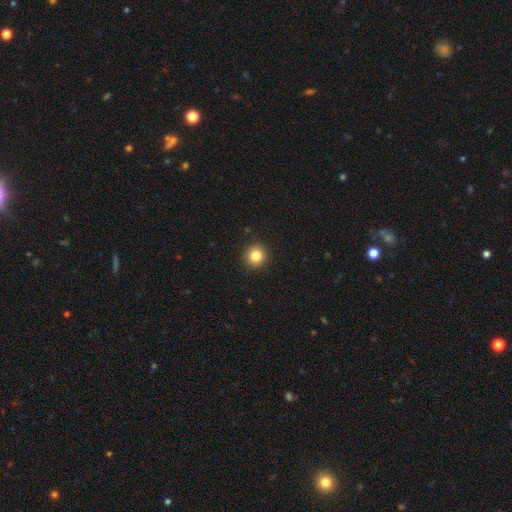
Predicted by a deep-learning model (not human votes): Morphology: type=smooth (83%); roundness=round (92%); merging=none (92%).